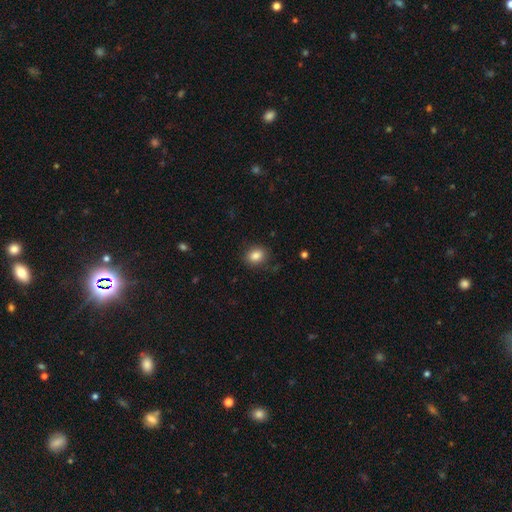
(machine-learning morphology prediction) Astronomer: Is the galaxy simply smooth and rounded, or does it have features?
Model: smooth — 85%.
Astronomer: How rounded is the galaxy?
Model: round — 50% (runner-up: in between, 49%).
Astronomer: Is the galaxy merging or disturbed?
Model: none — 84%.